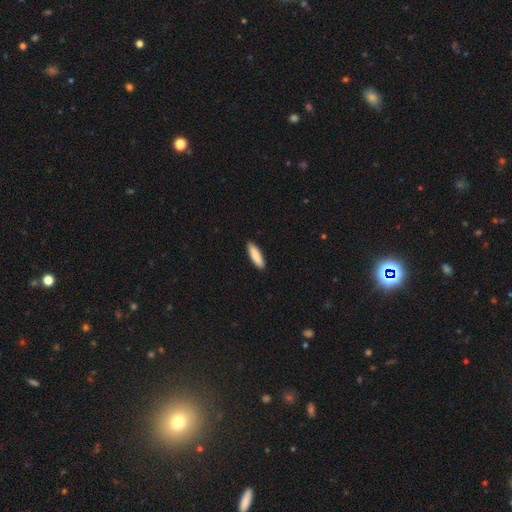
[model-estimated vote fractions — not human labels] Smooth or featured? smooth (87%)
How rounded? cigar-shaped (65%)
Merging? none (90%)